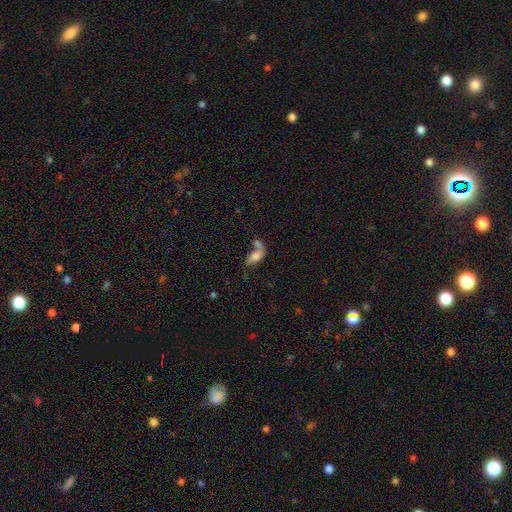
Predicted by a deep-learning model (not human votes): smooth_or_featured: smooth (p=0.63) [alt: featured or disk p=0.24]
how_rounded: in between (p=0.85) [alt: round p=0.08]
merging: merger (p=0.52) [alt: none p=0.23]